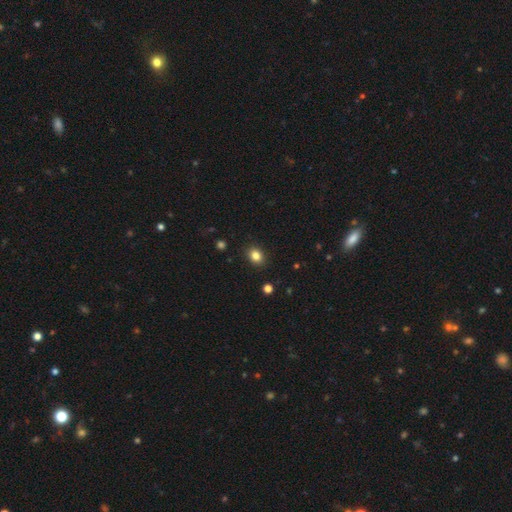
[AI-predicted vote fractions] Morphology: type=smooth (84%); roundness=in between (53%); merging=none (89%).